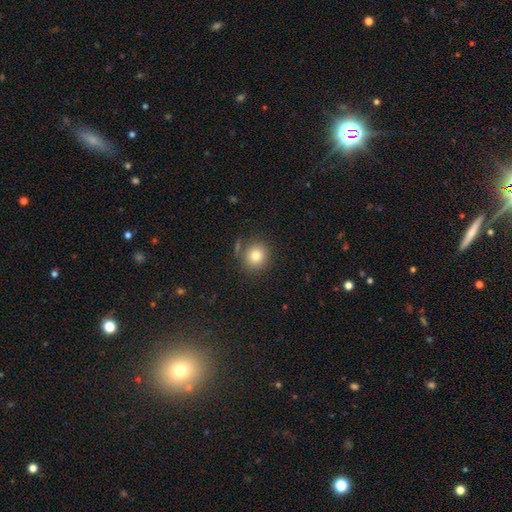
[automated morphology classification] The model was most divided on "smooth or featured": smooth: 80%, star or artifact: 12%, featured or disk: 8%. More confident: how rounded — round (89%); merging — none (80%).